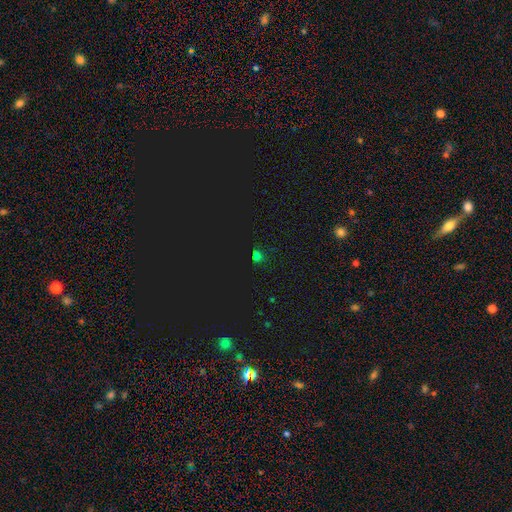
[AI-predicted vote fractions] smooth-or-featured: star or artifact: 50% | smooth: 44% | featured or disk: 6%